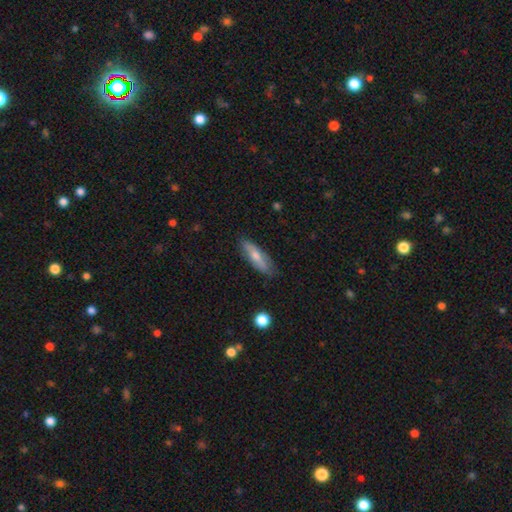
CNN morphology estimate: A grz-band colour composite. It shows a smooth galaxy with no disk features (57%) that is cigar-shaped (60%). Merging: none (84%).